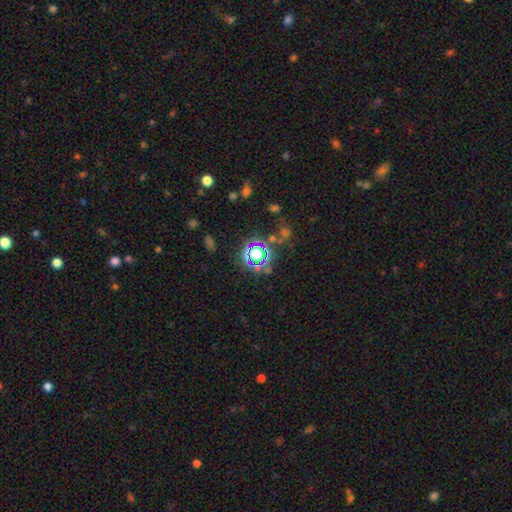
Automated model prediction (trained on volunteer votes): This appears to be a star or artifact, not a galaxy (63%).